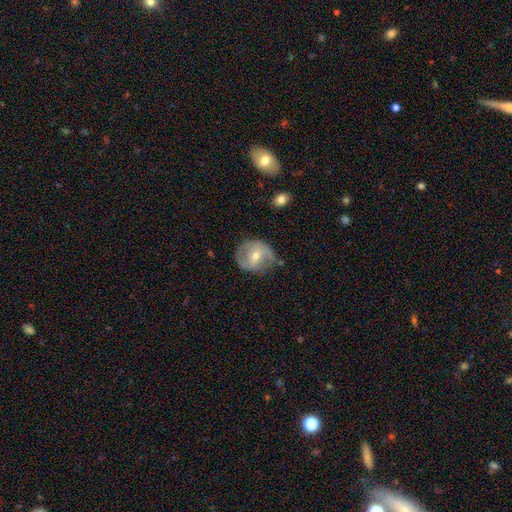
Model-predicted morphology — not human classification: Smooth or featured: featured or disk — 66% (smooth — 27%)
Edge-on disk: no — 96% (yes — 4%)
Bar: weak — 45% (no — 32%)
Spiral arms: yes — 76% (no — 24%)
Bulge size: moderate — 52% (small — 45%)
Merging: none — 66% (minor disturbance — 24%)